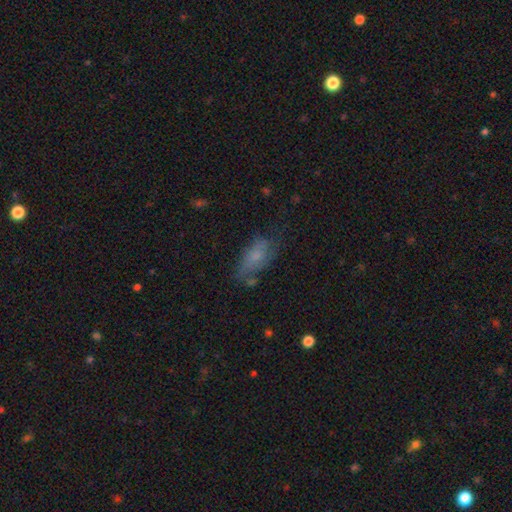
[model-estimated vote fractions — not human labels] Smooth or featured?
  - smooth: 64% *
  - featured or disk: 25%
  - star or artifact: 10%
How rounded?
  - in between: 81% *
  - cigar-shaped: 15%
  - round: 4%
Merging?
  - none: 52% *
  - minor disturbance: 29%
  - major disturbance: 14%
  - merger: 5%